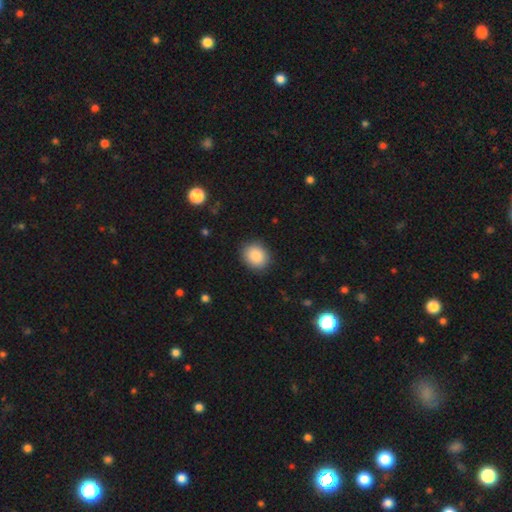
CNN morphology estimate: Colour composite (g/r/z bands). It shows a smooth galaxy with no disk features (88%) that is round (69%). Merging: none (88%).